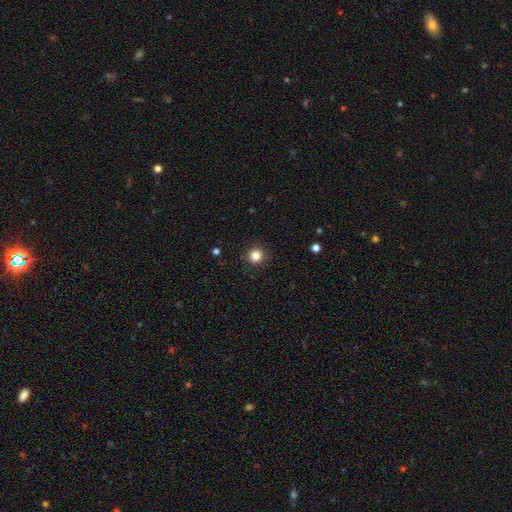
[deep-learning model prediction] This is clearly a smooth galaxy (84%). How rounded: clearly round (93%). Merging: clearly none (91%).